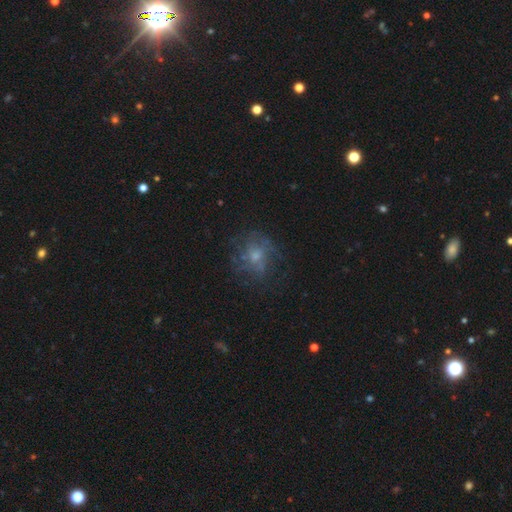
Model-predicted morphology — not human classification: A featured or disk galaxy (50%). Merging: none (61%).